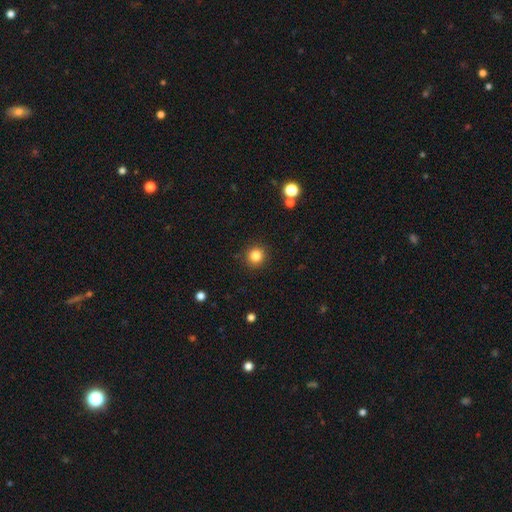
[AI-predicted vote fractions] The model was most divided on "smooth or featured": smooth: 83%, star or artifact: 12%, featured or disk: 5%. More confident: how rounded — round (92%); merging — none (91%).